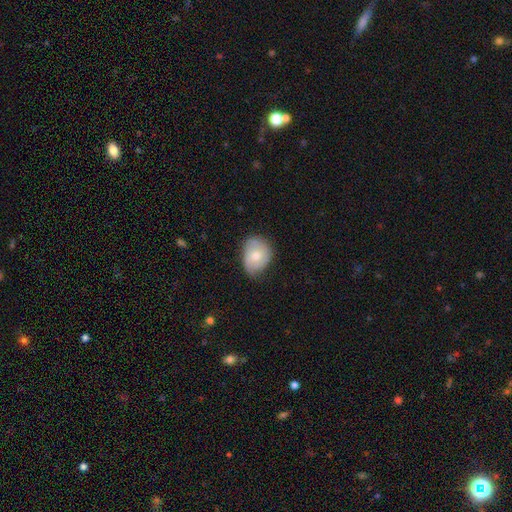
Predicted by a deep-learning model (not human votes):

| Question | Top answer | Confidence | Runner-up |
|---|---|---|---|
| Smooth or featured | smooth | 61% | featured or disk (33%) |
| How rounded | in between | 55% | round (44%) |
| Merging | none | 52% | minor disturbance (37%) |